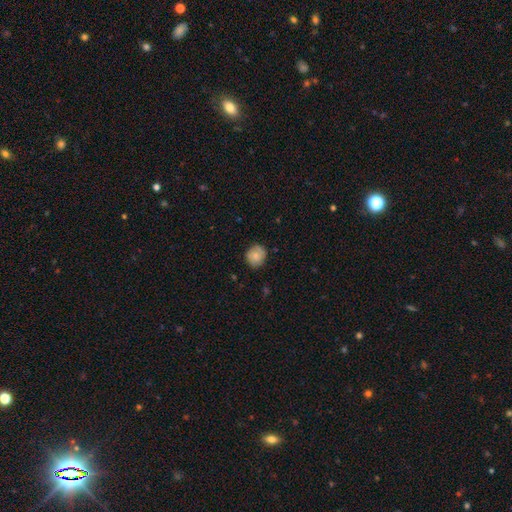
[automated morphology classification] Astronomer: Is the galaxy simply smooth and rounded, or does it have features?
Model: smooth — 76%.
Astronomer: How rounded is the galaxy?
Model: round — 83%.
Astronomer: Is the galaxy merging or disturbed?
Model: none — 76%.